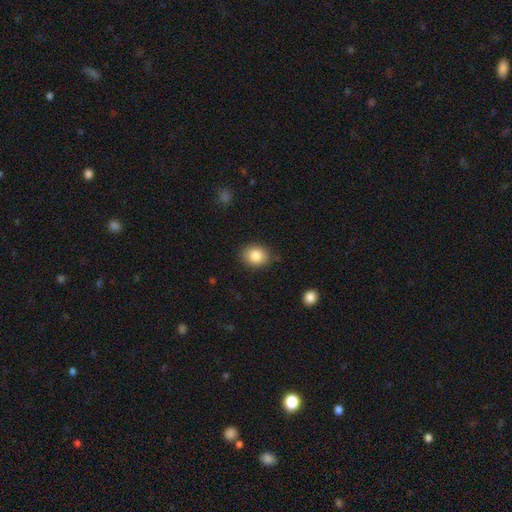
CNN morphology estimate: A smooth galaxy with no disk features (84%) that is round (57%). Merging: none (85%).